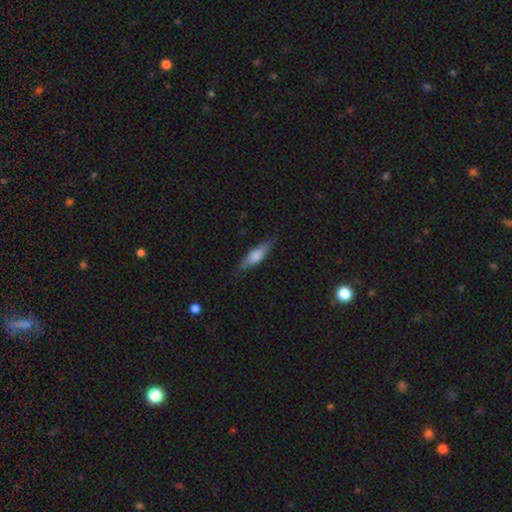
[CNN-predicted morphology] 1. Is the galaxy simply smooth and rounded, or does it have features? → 67% smooth, 27% featured or disk, 6% star or artifact.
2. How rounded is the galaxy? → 59% cigar-shaped, 39% in between, 2% round.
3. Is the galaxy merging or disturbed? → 81% none, 15% minor disturbance, 3% major disturbance, 1% merger.